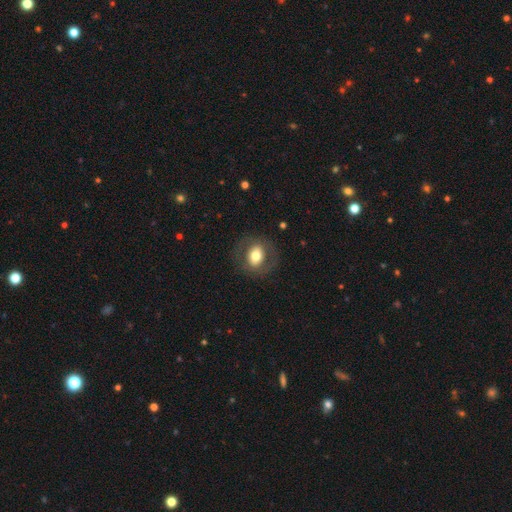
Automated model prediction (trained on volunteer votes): Overall: smooth (62%; featured or disk 30%). How rounded: round (53%; in between 46%). Merging: none (80%).